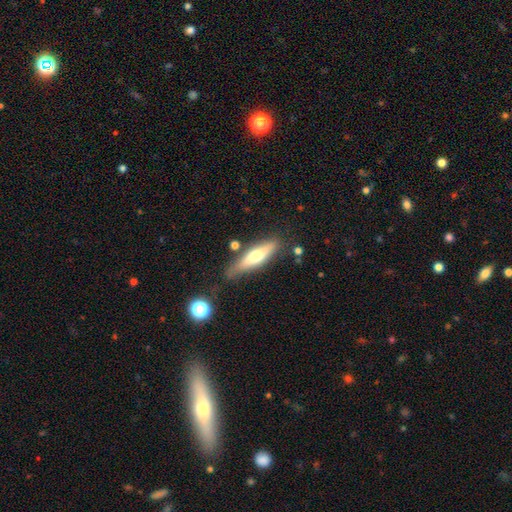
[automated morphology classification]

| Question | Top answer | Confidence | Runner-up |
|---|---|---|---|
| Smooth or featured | smooth | 53% | featured or disk (40%) |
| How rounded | cigar-shaped | 69% | in between (30%) |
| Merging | none | 72% | minor disturbance (18%) |